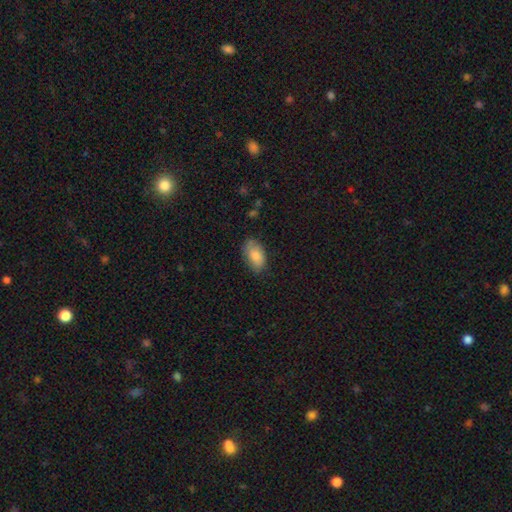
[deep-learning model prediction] Smooth or featured?
  - smooth: 83% *
  - featured or disk: 10%
  - star or artifact: 7%
How rounded?
  - in between: 93% *
  - round: 5%
  - cigar-shaped: 2%
Merging?
  - none: 73% *
  - minor disturbance: 21%
  - major disturbance: 4%
  - merger: 1%